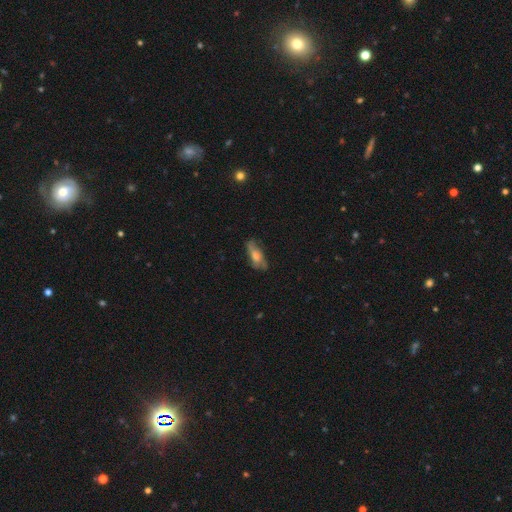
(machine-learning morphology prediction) Smooth or featured: smooth — 50% (featured or disk — 42%)
How rounded: in between — 63% (cigar-shaped — 34%)
Merging: none — 68% (minor disturbance — 23%)